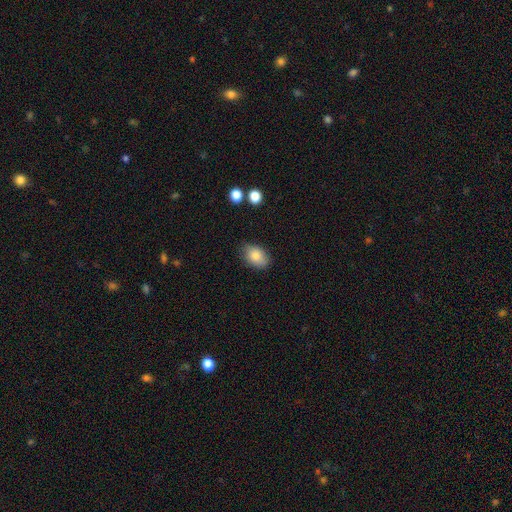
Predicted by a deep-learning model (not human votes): The model was most divided on "merging": none: 79%, minor disturbance: 16%, major disturbance: 3%, merger: 2%. More confident: how rounded — in between (86%); smooth or featured — smooth (84%).